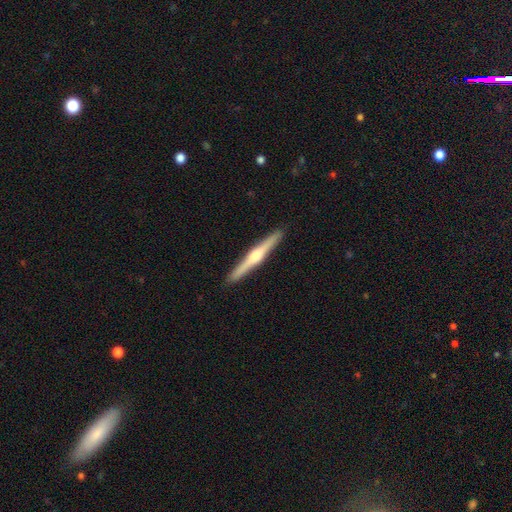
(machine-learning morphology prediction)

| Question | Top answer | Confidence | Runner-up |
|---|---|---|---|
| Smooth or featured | featured or disk | 74% | smooth (21%) |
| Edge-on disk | yes | 98% | no (2%) |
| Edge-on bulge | rounded | 90% | none (5%) |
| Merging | none | 92% | minor disturbance (5%) |